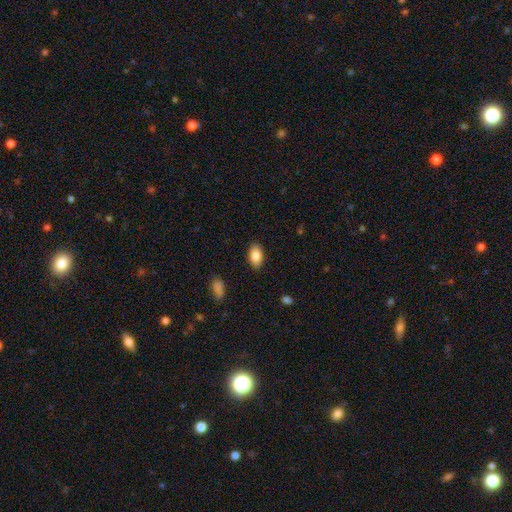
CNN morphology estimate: Q: Smooth or featured?
A: smooth (87%); runner-up: star or artifact (7%)
Q: How rounded?
A: in between (93%); runner-up: round (5%)
Q: Merging?
A: none (88%); runner-up: minor disturbance (9%)